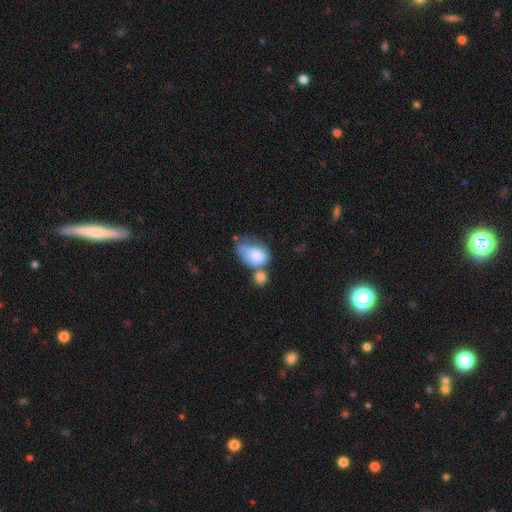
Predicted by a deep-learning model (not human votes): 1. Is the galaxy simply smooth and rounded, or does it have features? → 71% smooth, 22% featured or disk, 7% star or artifact.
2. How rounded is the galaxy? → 82% in between, 16% round, 2% cigar-shaped.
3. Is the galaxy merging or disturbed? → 43% merger, 21% major disturbance, 20% minor disturbance, 16% none.